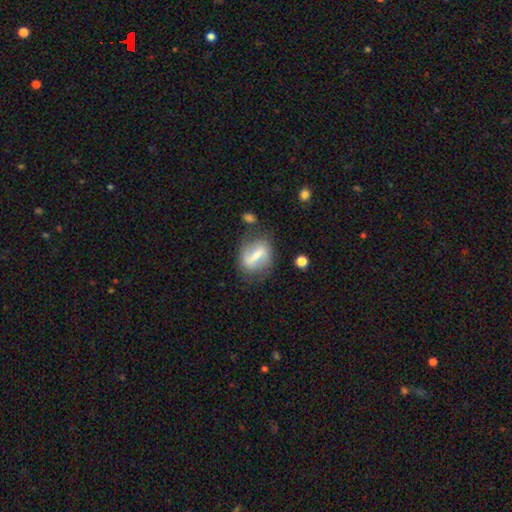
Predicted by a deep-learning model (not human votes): Smooth or featured?
  - featured or disk: 52% *
  - smooth: 40%
  - star or artifact: 8%
Edge-on disk?
  - no: 85% *
  - yes: 15%
Merging?
  - none: 67% *
  - minor disturbance: 19%
  - major disturbance: 10%
  - merger: 5%